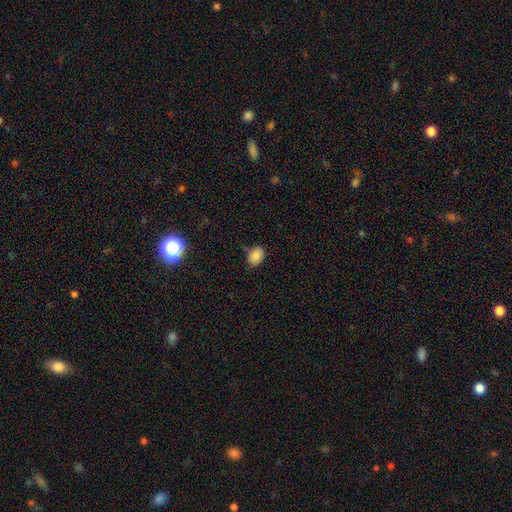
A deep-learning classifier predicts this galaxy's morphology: Overall: smooth (85%). How rounded: in between (77%). Merging: none (73%).